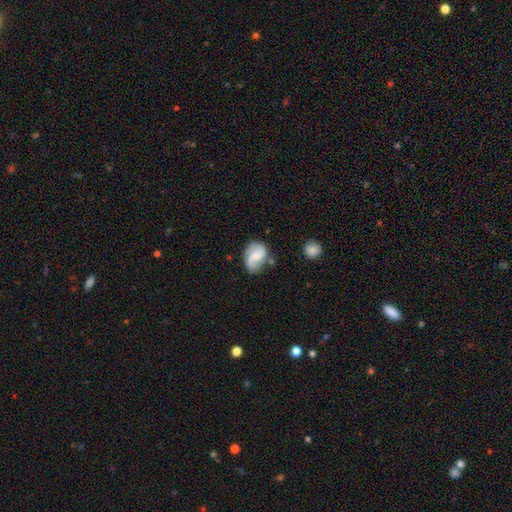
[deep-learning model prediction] The model was most divided on "bulge size": small: 35%, moderate: 30%, none: 27%, large: 6%, dominant: 2%. Remaining: edge-on disk — no (98%); spiral arms — yes (94%); spiral arm count — 2 (85%); smooth or featured — featured or disk (69%); merging — none (63%); spiral winding — loose (49%); bar — weak (48%).